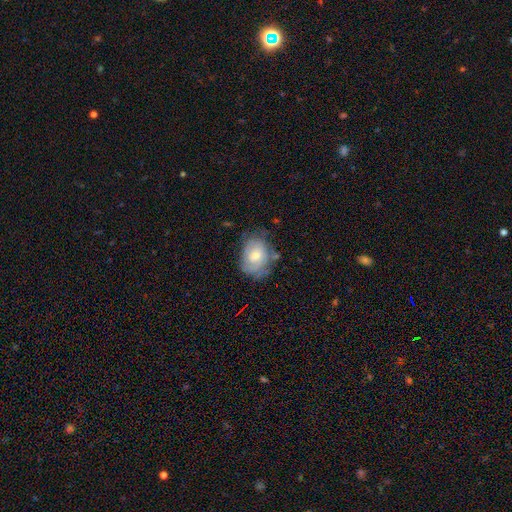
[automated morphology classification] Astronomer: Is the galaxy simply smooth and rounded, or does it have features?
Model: featured or disk — 53% (runner-up: smooth, 39%).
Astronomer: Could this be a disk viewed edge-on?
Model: no — 96%.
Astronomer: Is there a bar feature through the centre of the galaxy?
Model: no — 65%.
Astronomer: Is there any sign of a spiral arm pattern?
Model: yes — 72%.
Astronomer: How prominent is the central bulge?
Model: moderate — 58% (runner-up: small, 33%).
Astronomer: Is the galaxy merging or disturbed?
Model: none — 58%.